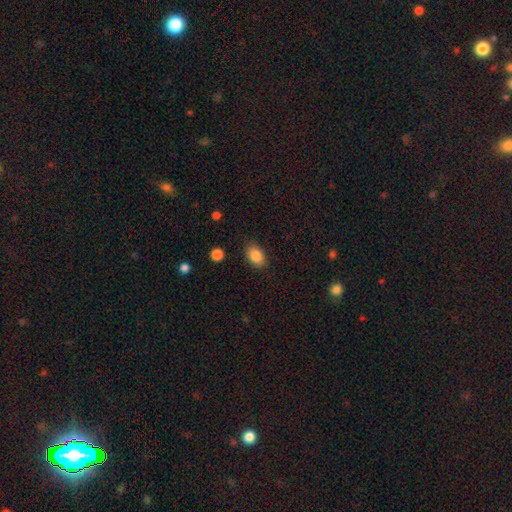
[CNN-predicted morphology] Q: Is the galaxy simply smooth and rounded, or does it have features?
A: smooth — 86%.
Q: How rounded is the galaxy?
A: in between — 84%.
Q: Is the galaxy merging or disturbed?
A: none — 85%.